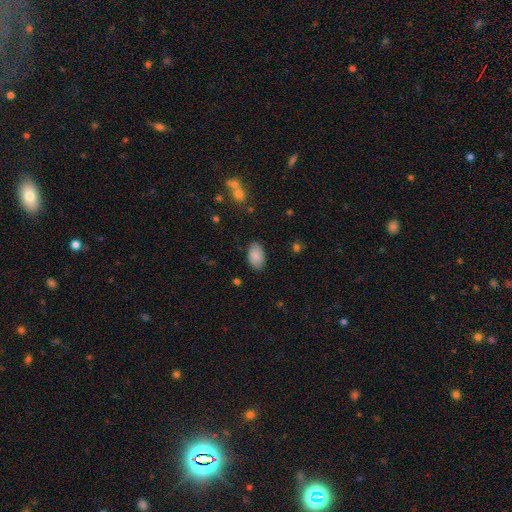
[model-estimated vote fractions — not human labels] This is clearly a smooth galaxy (85%). How rounded: clearly in between (93%). Merging: clearly none (85%).